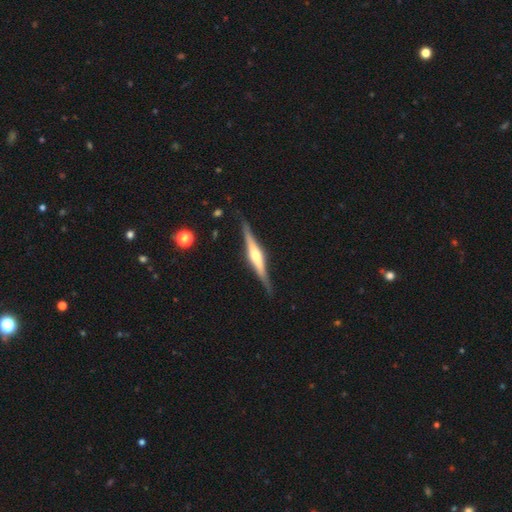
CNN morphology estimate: Smooth or featured?
  - featured or disk: 80% *
  - smooth: 16%
  - star or artifact: 5%
Edge-on disk?
  - yes: 98% *
  - no: 2%
Edge-on bulge?
  - rounded: 84% *
  - boxy: 10%
  - none: 5%
Merging?
  - none: 87% *
  - minor disturbance: 10%
  - major disturbance: 2%
  - merger: 1%